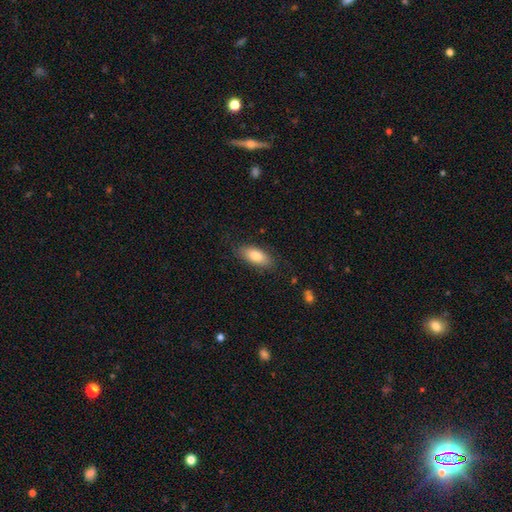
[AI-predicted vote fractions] The model was most divided on "merging": none: 80%, minor disturbance: 15%, major disturbance: 4%, merger: 1%. More confident: how rounded — in between (87%); smooth or featured — smooth (79%).